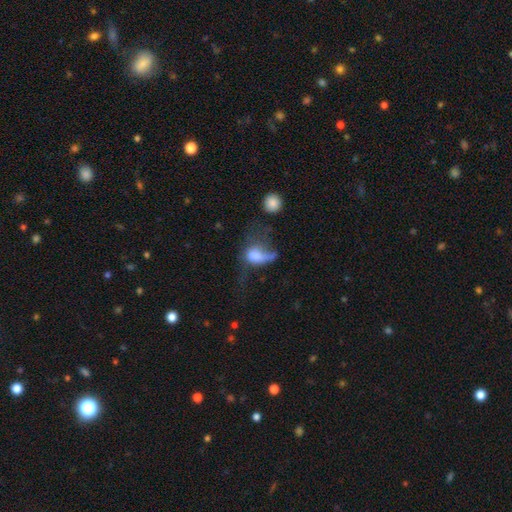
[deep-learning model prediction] This is possibly a smooth galaxy (56%). How rounded: likely in between (70%). Merging: possibly major disturbance (59%).